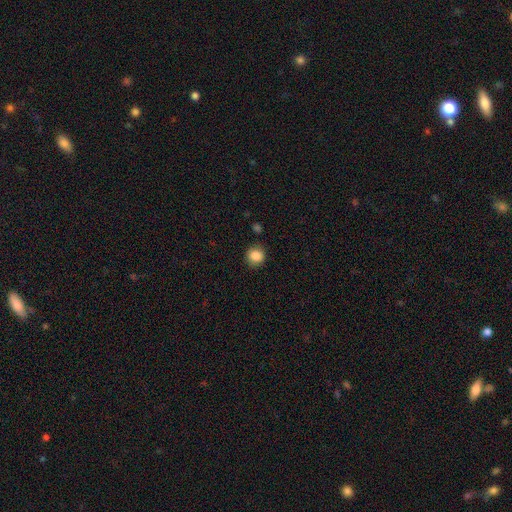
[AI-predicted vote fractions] Q: Smooth or featured?
A: smooth (86%); runner-up: star or artifact (10%)
Q: How rounded?
A: round (86%); runner-up: in between (13%)
Q: Merging?
A: none (86%); runner-up: minor disturbance (9%)